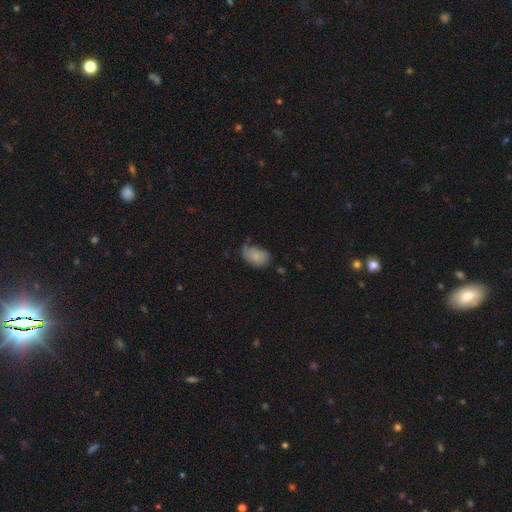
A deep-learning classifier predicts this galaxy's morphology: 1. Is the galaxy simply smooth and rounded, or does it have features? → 76% smooth, 15% featured or disk, 8% star or artifact.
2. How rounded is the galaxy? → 87% in between, 12% round, 1% cigar-shaped.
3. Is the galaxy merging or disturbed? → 47% none, 37% minor disturbance, 12% major disturbance, 4% merger.